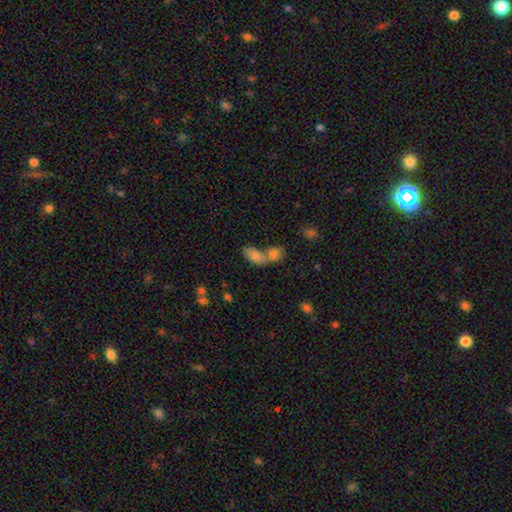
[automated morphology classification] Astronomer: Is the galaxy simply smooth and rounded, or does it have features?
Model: smooth — 71%.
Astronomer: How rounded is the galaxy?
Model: in between — 83%.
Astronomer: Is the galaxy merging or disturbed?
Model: merger — 66%.